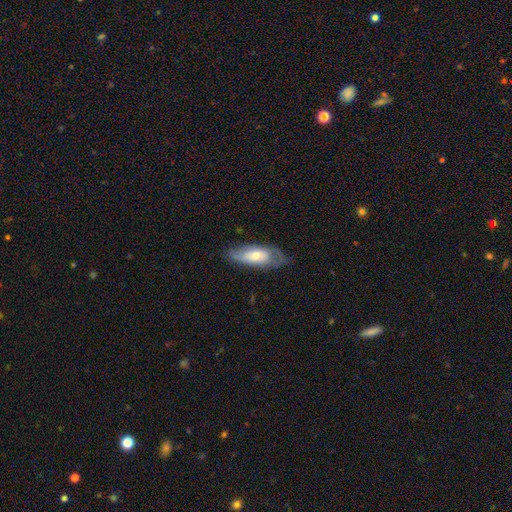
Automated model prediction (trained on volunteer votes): smooth 56%, featured or disk 38%, star or artifact 6%. Down the decision tree: how rounded — in between (77%); merging — none (59%).